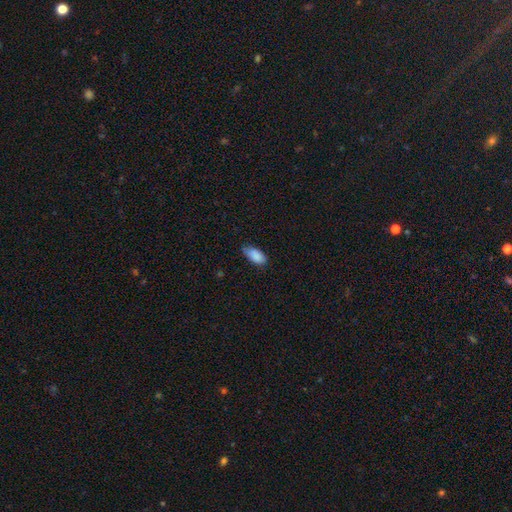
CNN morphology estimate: A smooth galaxy with no disk features (88%) that is in between round and cigar-shaped (91%). Merging: none (68%).